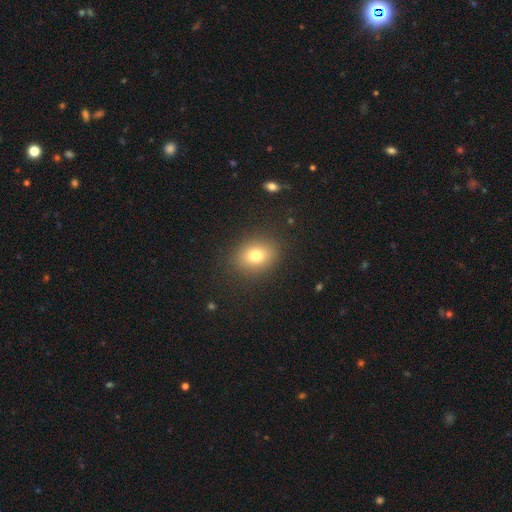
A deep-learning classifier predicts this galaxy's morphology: Overall: smooth (77%). How rounded: in between (52%; round 47%). Merging: none (86%).